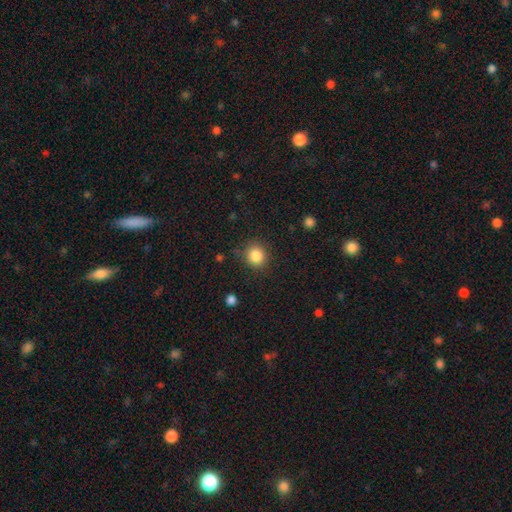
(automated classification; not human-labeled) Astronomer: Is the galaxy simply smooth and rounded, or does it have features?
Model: smooth — 85%.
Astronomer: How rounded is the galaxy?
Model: round — 86%.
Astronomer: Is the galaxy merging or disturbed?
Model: none — 84%.